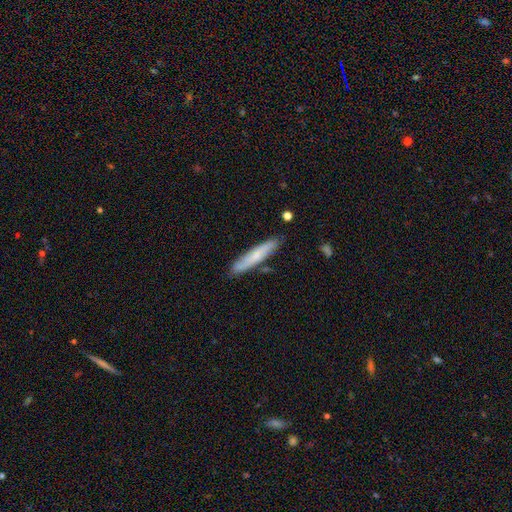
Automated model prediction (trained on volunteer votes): Q: Smooth or featured?
A: smooth (65%); runner-up: featured or disk (30%)
Q: How rounded?
A: cigar-shaped (90%); runner-up: in between (8%)
Q: Merging?
A: none (83%); runner-up: minor disturbance (12%)